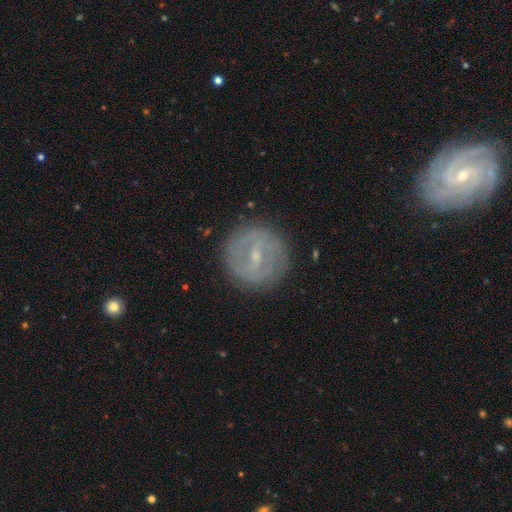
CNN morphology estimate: This appears to be a featured or disk galaxy (71%) with a weak bar (46%), spiral arms (59%) and a small central bulge (71%). Merging: none (86%).